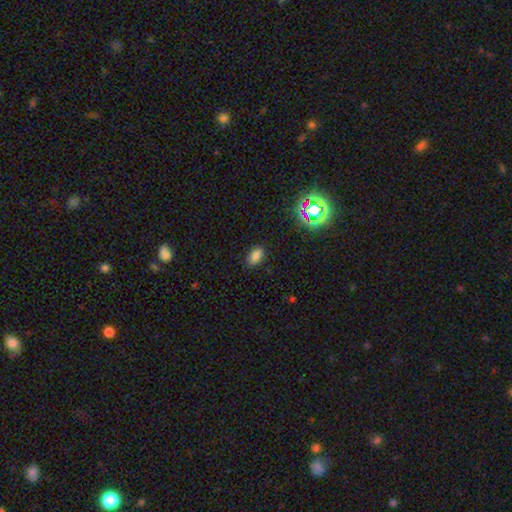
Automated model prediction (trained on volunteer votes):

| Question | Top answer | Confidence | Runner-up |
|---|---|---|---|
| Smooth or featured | smooth | 79% | star or artifact (16%) |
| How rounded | in between | 89% | round (8%) |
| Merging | none | 85% | minor disturbance (11%) |